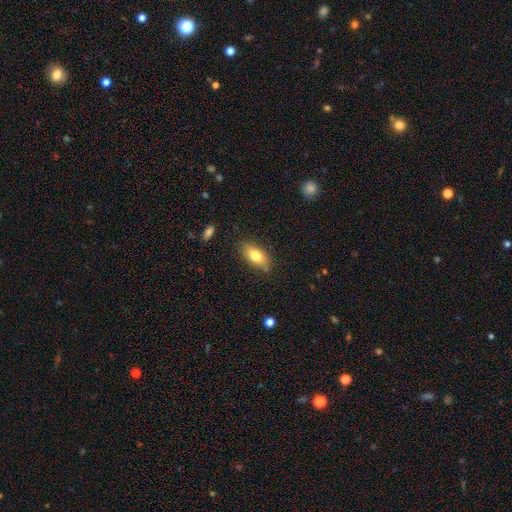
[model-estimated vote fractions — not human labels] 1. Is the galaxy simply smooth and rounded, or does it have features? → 78% smooth, 15% featured or disk, 7% star or artifact.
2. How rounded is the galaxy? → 87% in between, 8% cigar-shaped, 5% round.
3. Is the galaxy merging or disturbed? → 81% none, 14% minor disturbance, 3% major disturbance, 2% merger.